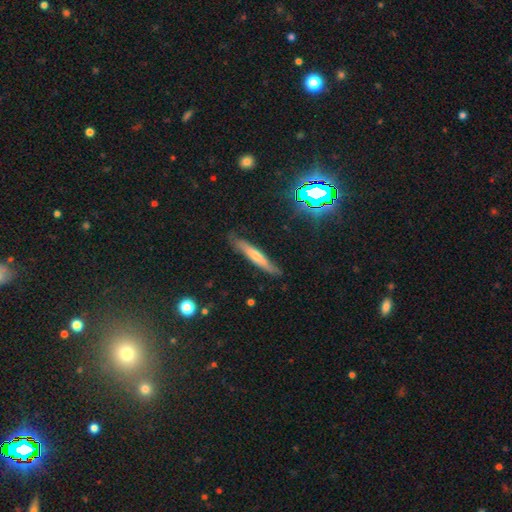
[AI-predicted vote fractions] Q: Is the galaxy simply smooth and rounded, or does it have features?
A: smooth — 49%.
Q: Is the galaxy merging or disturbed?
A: none — 83%.